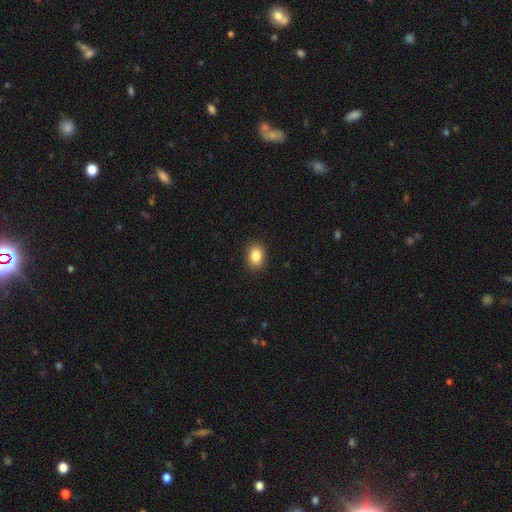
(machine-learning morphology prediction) The model was most divided on "how rounded": in between: 69%, round: 30%, cigar-shaped: 1%. More confident: merging — none (89%); smooth or featured — smooth (86%).